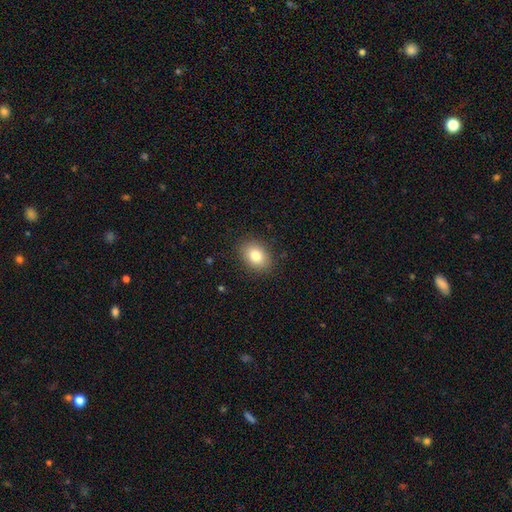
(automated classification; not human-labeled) Overall: smooth (82%). How rounded: in between (73%). Merging: none (87%).